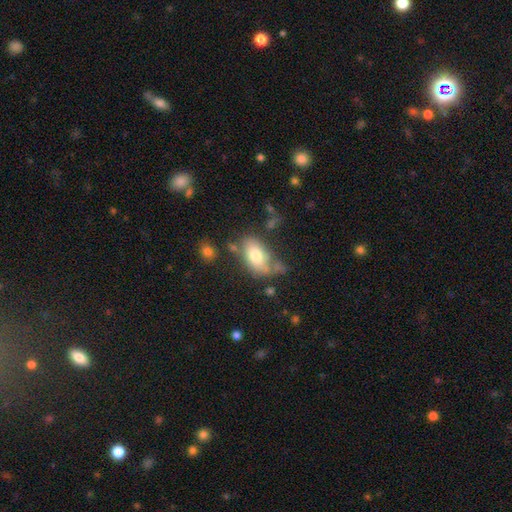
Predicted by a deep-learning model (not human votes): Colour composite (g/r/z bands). It shows a smooth galaxy with no disk features (72%) that is in between round and cigar-shaped (91%). Merging: none (47%).